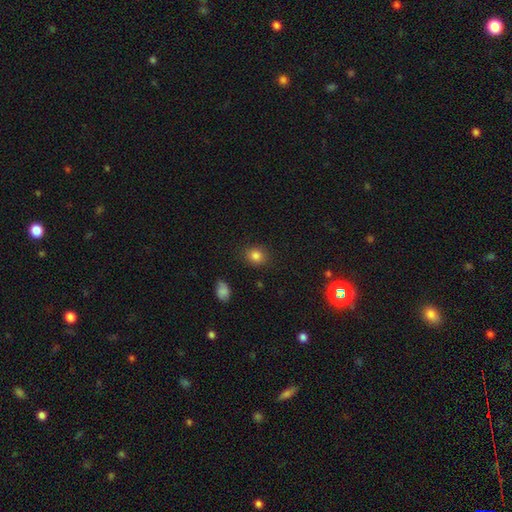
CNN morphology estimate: Smooth or featured? smooth (84%)
How rounded? round (69%)
Merging? none (86%)